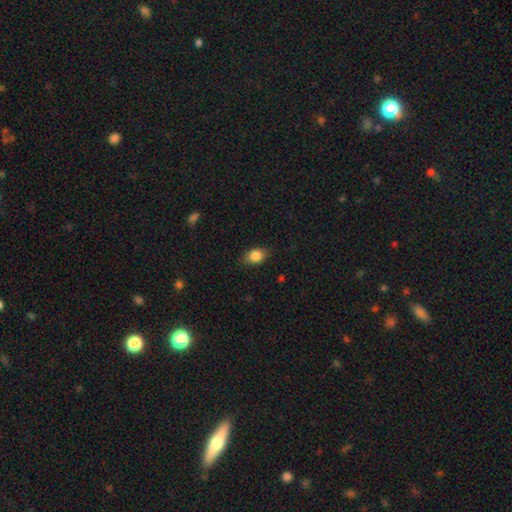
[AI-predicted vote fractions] Smooth or featured? Predicted: smooth (p=0.85). How rounded? Predicted: in between (p=0.74). Merging? Predicted: none (p=0.81).